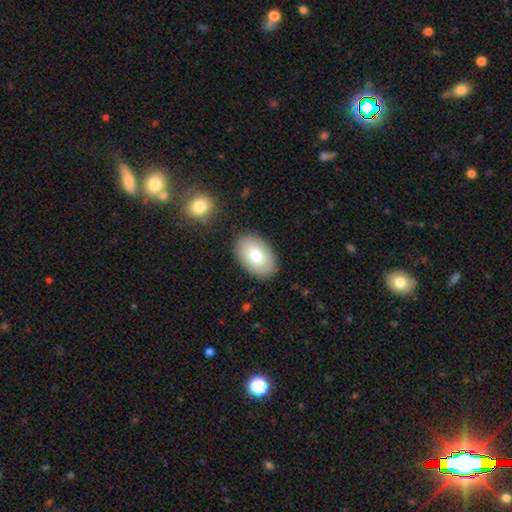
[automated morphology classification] smooth-or-featured: smooth: 80% | featured or disk: 14% | star or artifact: 7%
  how-rounded: in between: 91% | round: 8% | cigar-shaped: 1%
  merging: none: 87% | minor disturbance: 9% | major disturbance: 2% | merger: 2%